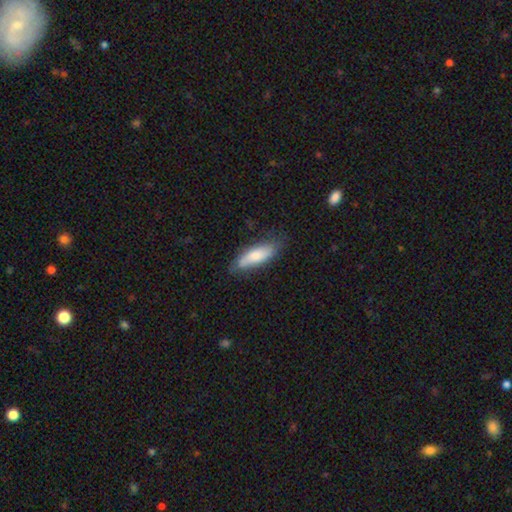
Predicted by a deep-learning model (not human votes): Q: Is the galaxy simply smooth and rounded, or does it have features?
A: smooth — 73%.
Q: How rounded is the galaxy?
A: in between — 54%.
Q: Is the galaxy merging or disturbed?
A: none — 70%.